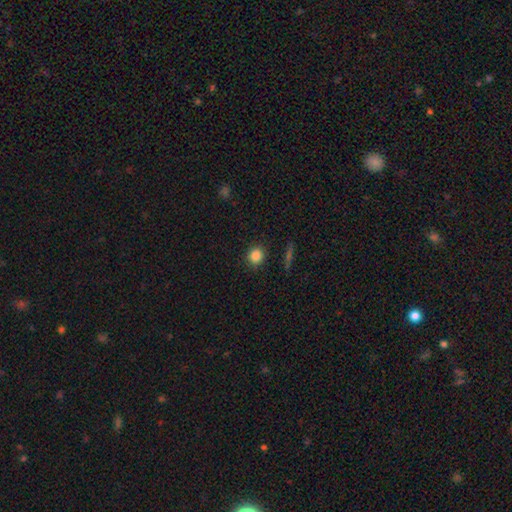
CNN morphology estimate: smooth_or_featured: smooth (p=0.84) [alt: star or artifact p=0.11]
how_rounded: round (p=0.88) [alt: in between p=0.10]
merging: none (p=0.90) [alt: minor disturbance p=0.07]